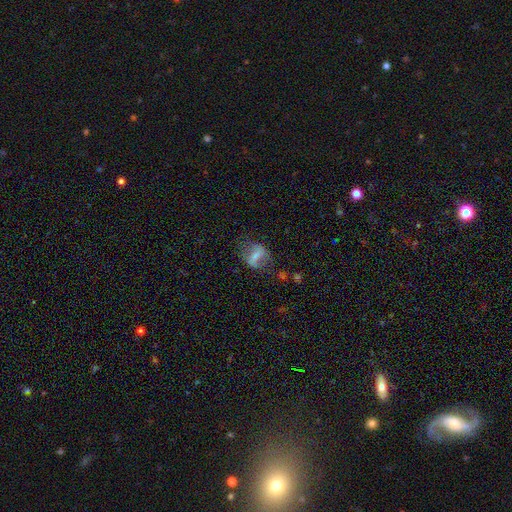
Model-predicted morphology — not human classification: Overall: featured or disk (50%; smooth 40%). Merging: none (58%; minor disturbance 22%).